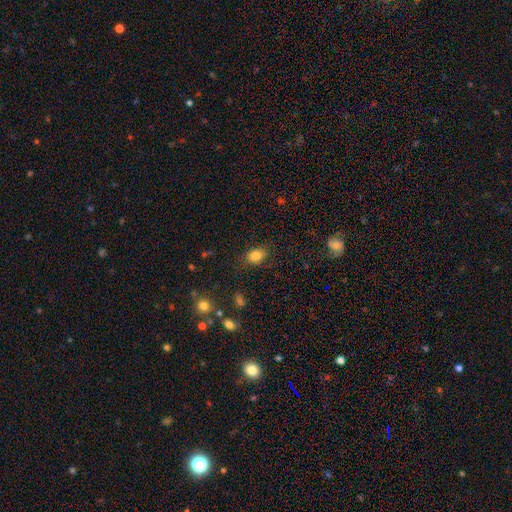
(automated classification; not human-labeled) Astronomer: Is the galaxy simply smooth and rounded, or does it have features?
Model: smooth — 82%.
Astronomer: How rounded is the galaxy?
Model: in between — 74%.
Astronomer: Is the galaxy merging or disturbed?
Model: none — 80%.